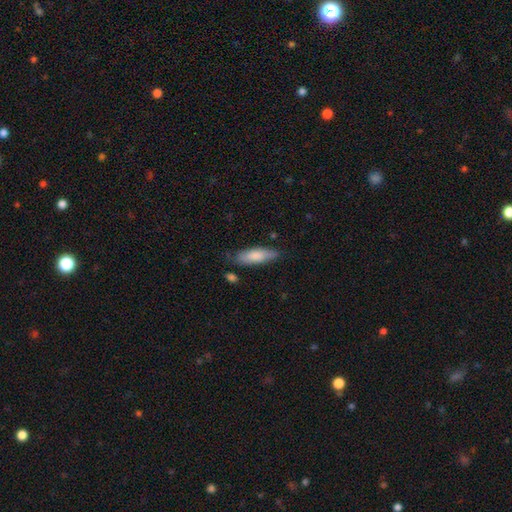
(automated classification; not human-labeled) The model was most divided on "how rounded": in between: 52%, cigar-shaped: 46%, round: 2%. More confident: smooth or featured — smooth (81%); merging — none (74%).